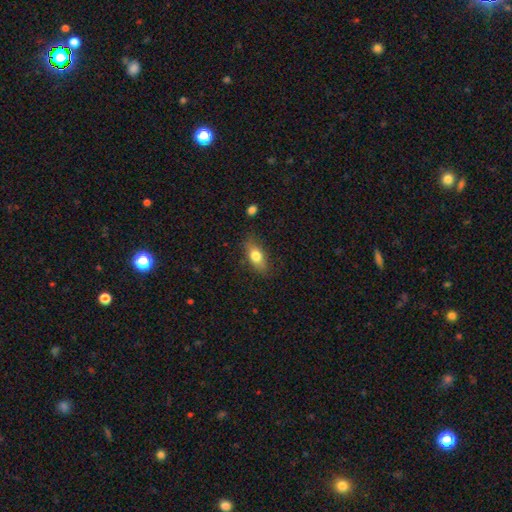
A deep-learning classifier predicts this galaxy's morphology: A smooth galaxy with no disk features (75%) that is in between round and cigar-shaped (77%). Merging: none (78%).